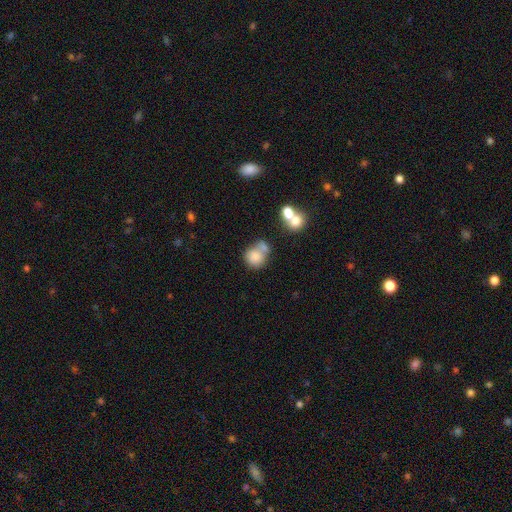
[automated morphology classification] Overall: smooth (77%). How rounded: round (76%). Merging: merger (44%; none 35%).